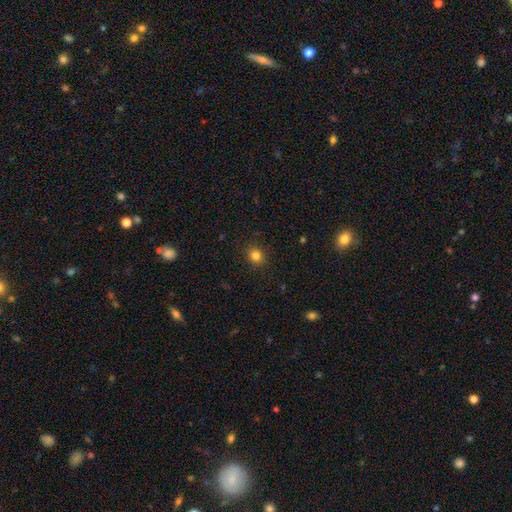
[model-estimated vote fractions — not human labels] Smooth or featured?
  - smooth: 82% *
  - star or artifact: 13%
  - featured or disk: 5%
How rounded?
  - round: 83% *
  - in between: 16%
  - cigar-shaped: 1%
Merging?
  - none: 90% *
  - minor disturbance: 7%
  - major disturbance: 2%
  - merger: 1%